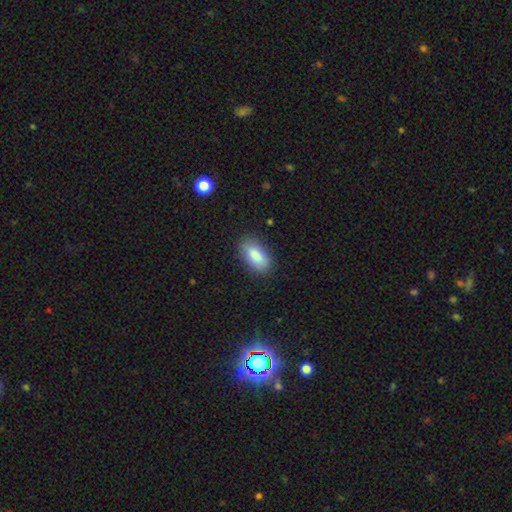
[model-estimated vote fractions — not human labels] A smooth galaxy with no disk features (86%) that is in between round and cigar-shaped (89%).

Vote fractions:
- Smooth or featured? smooth: 86% / featured or disk: 8% / star or artifact: 7%
- How rounded? in between: 89% / cigar-shaped: 8% / round: 3%
- Merging? none: 84% / minor disturbance: 12% / major disturbance: 3% / merger: 1%